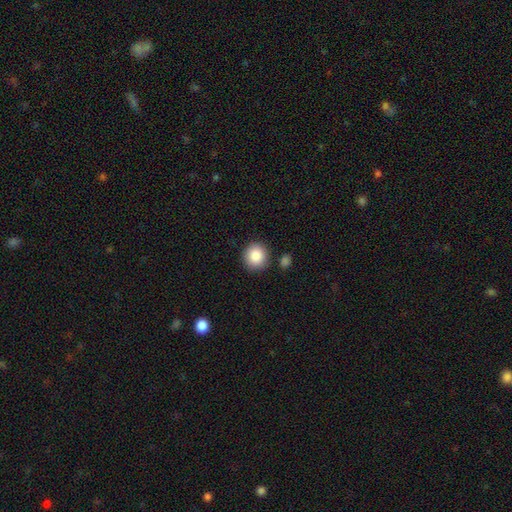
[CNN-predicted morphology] Smooth or featured?
  - smooth: 87% *
  - star or artifact: 8%
  - featured or disk: 5%
How rounded?
  - round: 90% *
  - in between: 9%
  - cigar-shaped: 1%
Merging?
  - none: 86% *
  - minor disturbance: 7%
  - merger: 4%
  - major disturbance: 2%